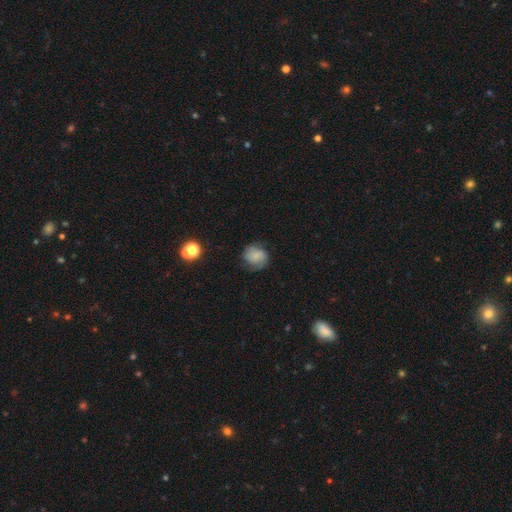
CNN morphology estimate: A smooth galaxy with no disk features (58%) that is round (76%).

Vote fractions:
- Smooth or featured? smooth: 58% / featured or disk: 31% / star or artifact: 11%
- How rounded? round: 76% / in between: 23% / cigar-shaped: 1%
- Merging? none: 65% / minor disturbance: 23% / major disturbance: 10% / merger: 2%